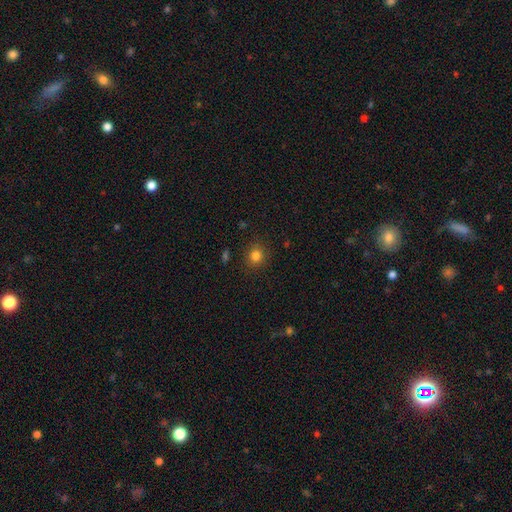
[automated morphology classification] Overall: smooth (82%). How rounded: round (84%). Merging: none (88%).